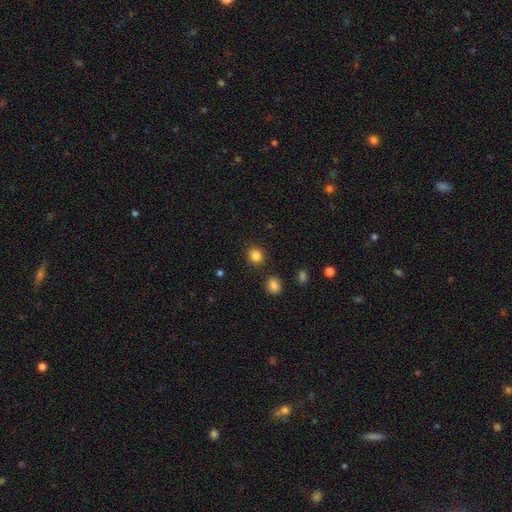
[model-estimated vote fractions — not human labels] Overall: smooth (85%). How rounded: round (73%). Merging: none (87%).